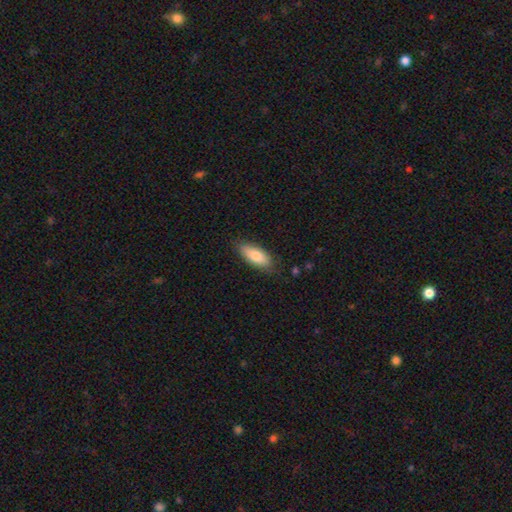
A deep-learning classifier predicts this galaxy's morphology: Smooth or featured: smooth — 78% (featured or disk — 16%)
How rounded: in between — 79% (cigar-shaped — 19%)
Merging: none — 82% (minor disturbance — 14%)